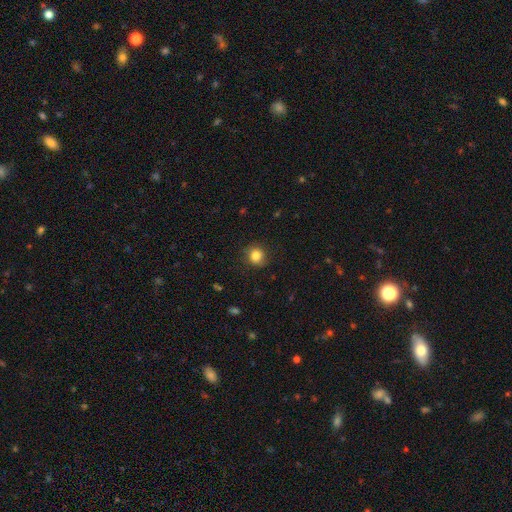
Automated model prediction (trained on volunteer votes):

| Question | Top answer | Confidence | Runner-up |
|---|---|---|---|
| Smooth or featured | smooth | 83% | star or artifact (11%) |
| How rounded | round | 85% | in between (14%) |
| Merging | none | 84% | minor disturbance (12%) |